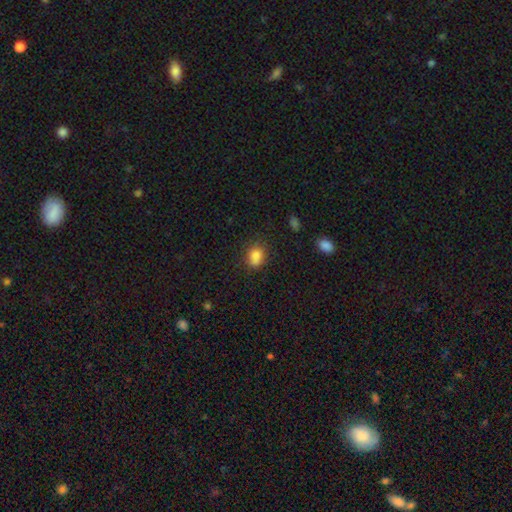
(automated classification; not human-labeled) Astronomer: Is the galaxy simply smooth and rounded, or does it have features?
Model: smooth — 80%.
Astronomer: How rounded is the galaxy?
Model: round — 50% (runner-up: in between, 49%).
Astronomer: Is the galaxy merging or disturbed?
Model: none — 62%.